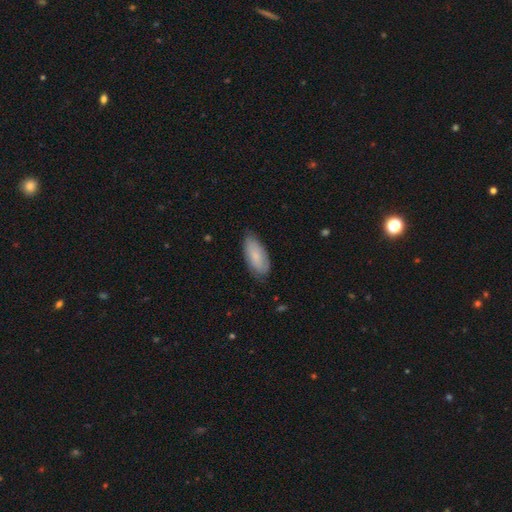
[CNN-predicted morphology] smooth 79%, featured or disk 16%, star or artifact 6%. Down the decision tree: how rounded — in between (87%); merging — none (76%).